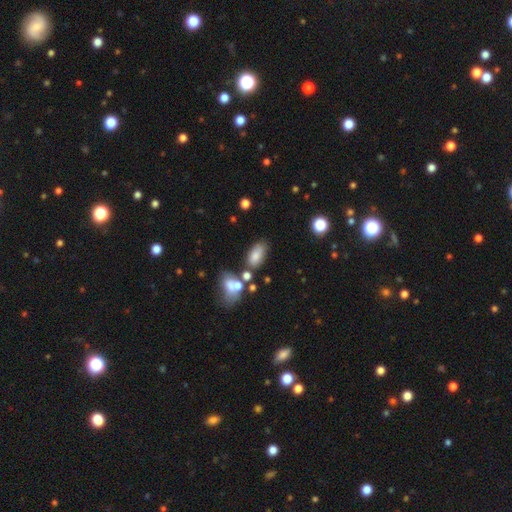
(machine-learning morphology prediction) smooth 78%, featured or disk 11%, star or artifact 11%. Down the decision tree: how rounded — in between (90%); merging — none (61%).